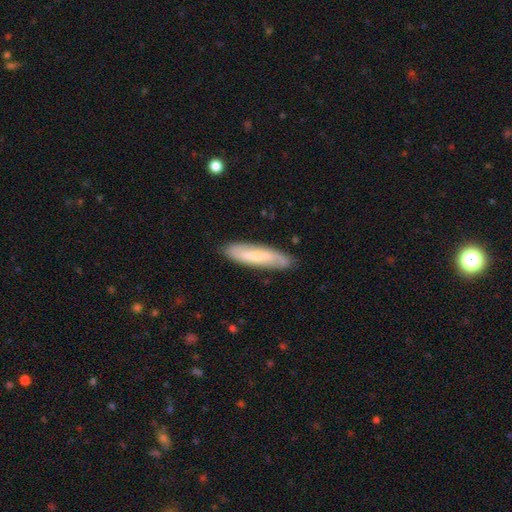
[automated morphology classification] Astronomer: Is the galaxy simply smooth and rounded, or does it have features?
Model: smooth — 48% (runner-up: featured or disk, 46%).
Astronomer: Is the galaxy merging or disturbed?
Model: none — 84%.